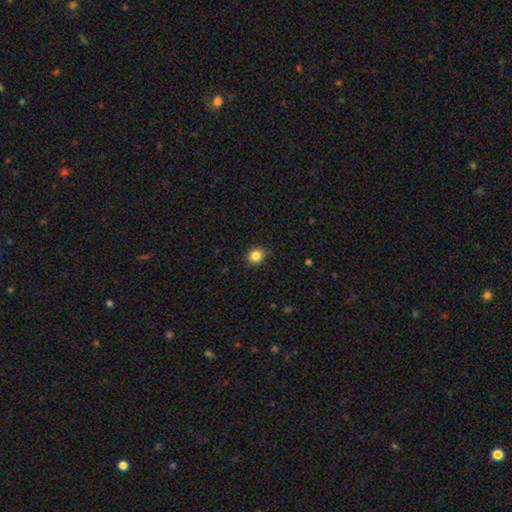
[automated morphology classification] Smooth or featured? Predicted: smooth (p=0.84). How rounded? Predicted: round (p=0.69). Merging? Predicted: none (p=0.81).